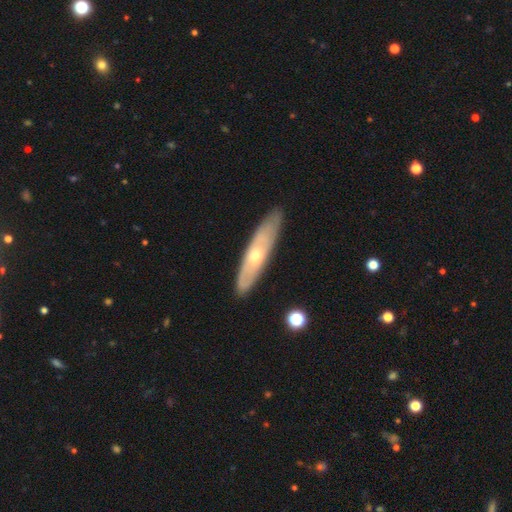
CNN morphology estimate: This appears to be a featured or disk galaxy (58%) viewed edge-on (54%). Merging: none (86%).